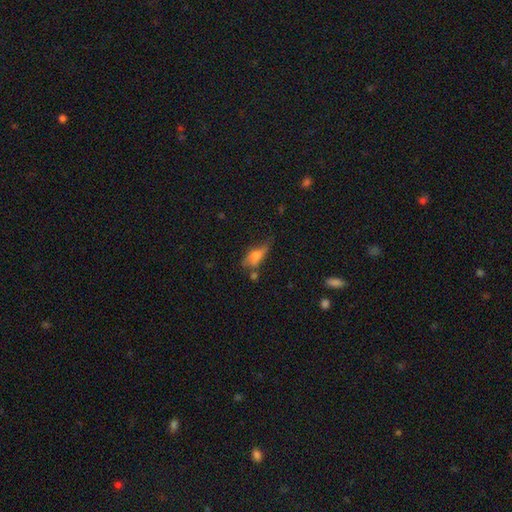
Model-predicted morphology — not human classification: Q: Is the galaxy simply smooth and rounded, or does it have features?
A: smooth — 51%.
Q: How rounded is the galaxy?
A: in between — 63%.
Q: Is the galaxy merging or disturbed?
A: none — 45%.